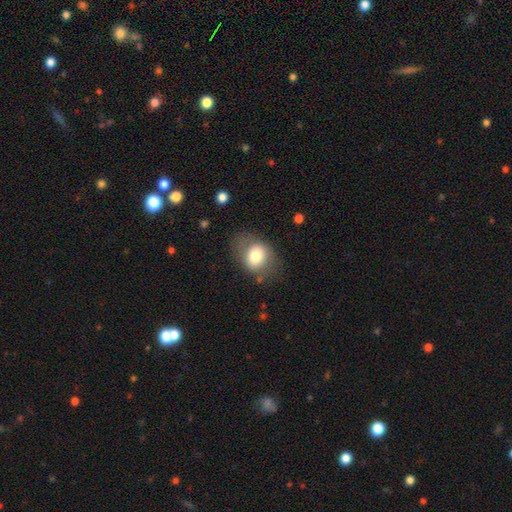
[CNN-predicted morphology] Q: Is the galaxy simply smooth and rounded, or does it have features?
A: smooth — 74%.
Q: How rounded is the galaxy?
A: in between — 60%.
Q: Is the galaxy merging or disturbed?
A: none — 64%.